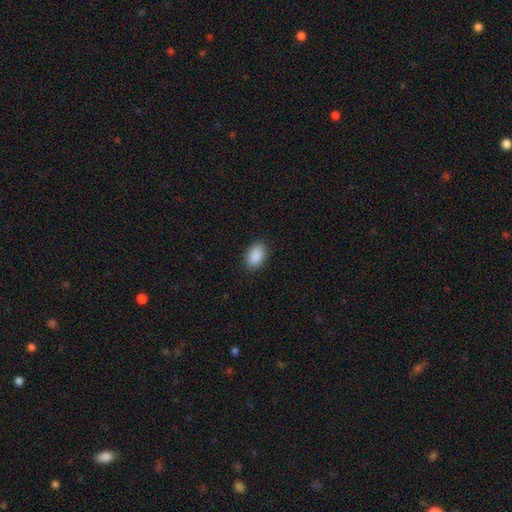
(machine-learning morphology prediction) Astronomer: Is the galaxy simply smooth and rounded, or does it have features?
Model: smooth — 90%.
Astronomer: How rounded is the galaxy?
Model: in between — 91%.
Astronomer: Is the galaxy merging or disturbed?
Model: none — 89%.